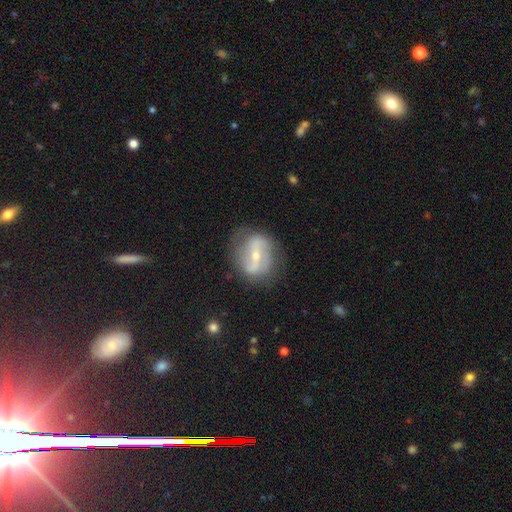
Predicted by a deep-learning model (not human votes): smooth-or-featured: featured or disk: 79% | smooth: 15% | star or artifact: 7%
  disk-edge-on: no: 95% | yes: 5%
    bar: strong: 50% | weak: 34% | no: 16%
    has-spiral-arms: yes: 84% | no: 16%
      spiral-winding: loose: 45% | medium: 37% | tight: 18%
      spiral-arm-count: 2: 85% | can't tell: 8% | 1: 3% | 3: 2% | 4: 1% | more than 4: 1%
    bulge-size: small: 57% | moderate: 40% | large: 2% | none: 1% | dominant: 1%
  merging: none: 75% | minor disturbance: 17% | major disturbance: 7% | merger: 2%